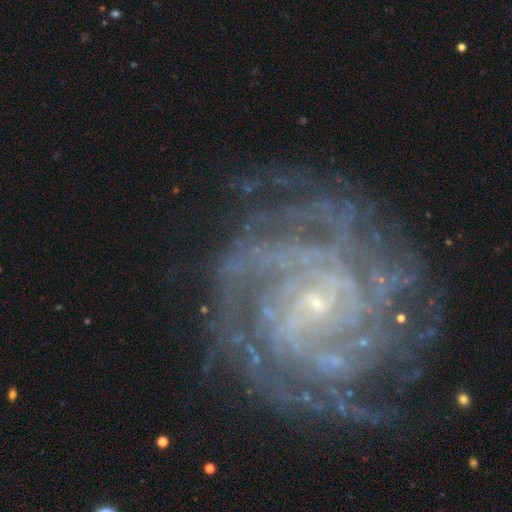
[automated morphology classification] smooth-or-featured: featured or disk: 89% | star or artifact: 7% | smooth: 4%
  disk-edge-on: no: 98% | yes: 2%
    bar: no: 45% | weak: 40% | strong: 15%
    has-spiral-arms: yes: 97% | no: 3%
      spiral-winding: tight: 67% | medium: 27% | loose: 5%
      spiral-arm-count: can't tell: 25% | 4: 21% | 2: 16% | 3: 16% | more than 4: 15% | 1: 8%
    bulge-size: small: 82% | moderate: 11% | none: 5% | large: 1% | dominant: 1%
  merging: none: 68% | minor disturbance: 17% | major disturbance: 12% | merger: 3%